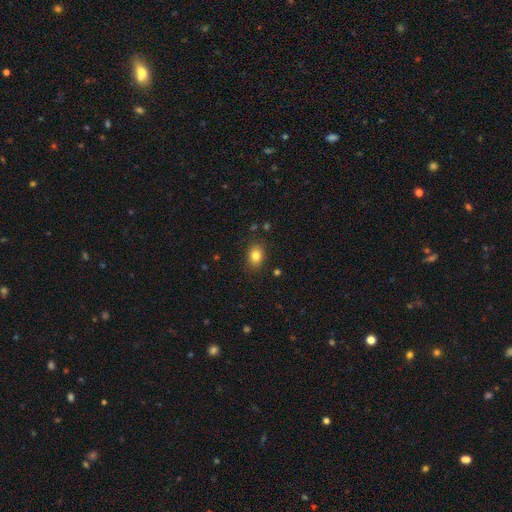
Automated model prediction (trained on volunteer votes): A smooth galaxy with no disk features (83%) that is in between round and cigar-shaped (65%). Merging: none (86%).